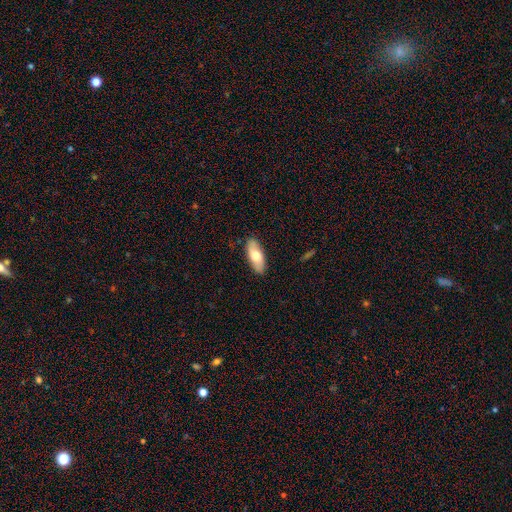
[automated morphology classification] smooth 67%, featured or disk 27%, star or artifact 6%. Down the decision tree: how rounded — in between (79%); merging — none (86%).